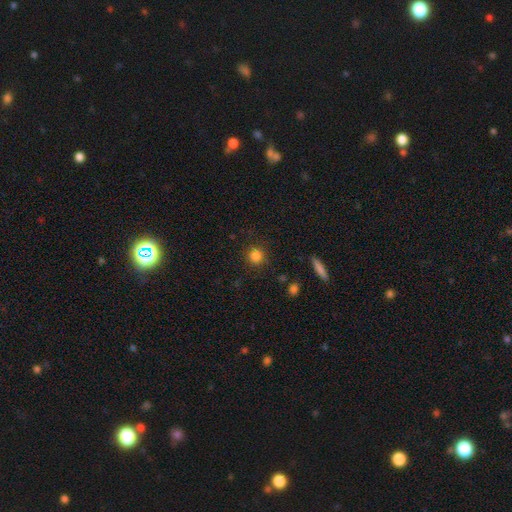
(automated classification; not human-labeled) The model was most divided on "smooth or featured": smooth: 84%, star or artifact: 12%, featured or disk: 5%. More confident: how rounded — round (92%); merging — none (88%).